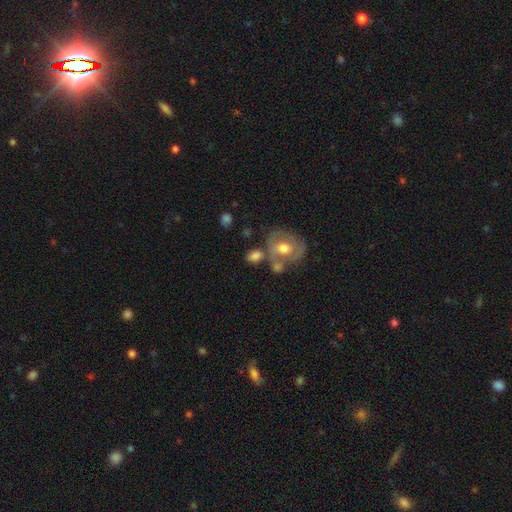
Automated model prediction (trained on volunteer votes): This is likely a smooth galaxy (67%). How rounded: likely in between (62%). Merging: possibly none (47%).